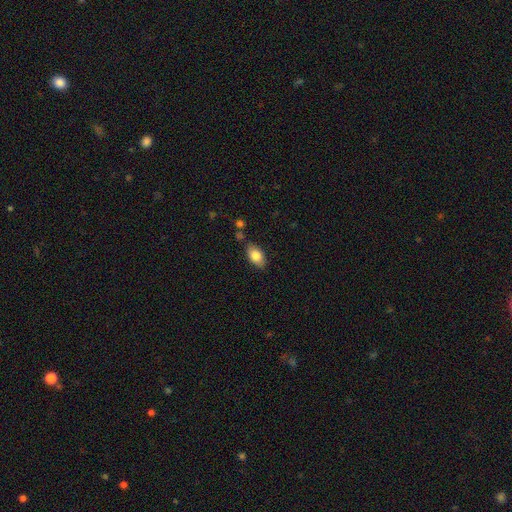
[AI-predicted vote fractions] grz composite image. It shows a smooth galaxy with no disk features (81%) that is in between round and cigar-shaped (90%). Merging: none (76%).